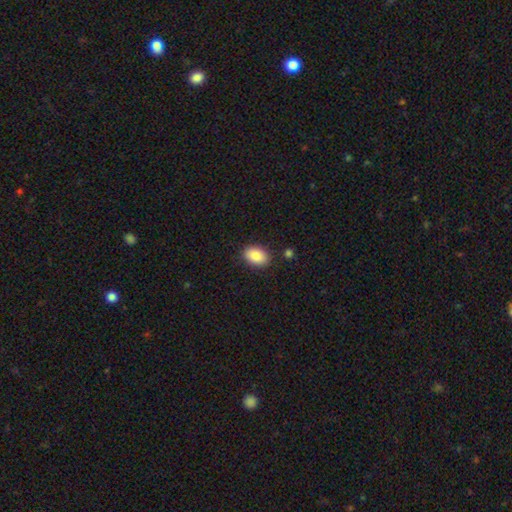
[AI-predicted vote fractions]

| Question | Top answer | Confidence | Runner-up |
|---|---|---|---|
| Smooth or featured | smooth | 87% | star or artifact (7%) |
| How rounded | in between | 84% | round (14%) |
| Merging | none | 86% | minor disturbance (9%) |